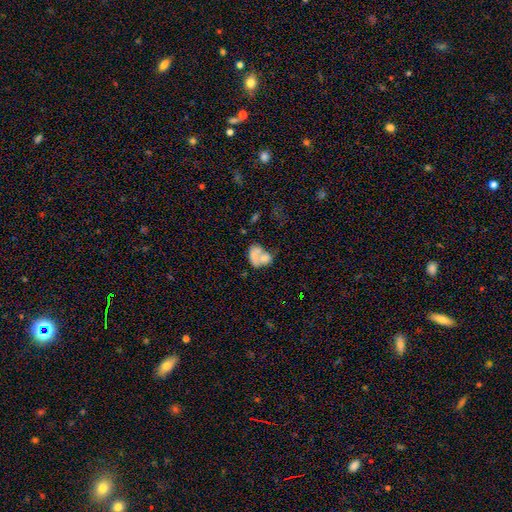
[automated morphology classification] smooth-or-featured: smooth: 55% | featured or disk: 35% | star or artifact: 10%
  how-rounded: in between: 69% | round: 30% | cigar-shaped: 2%
  merging: merger: 60% | none: 18% | major disturbance: 12% | minor disturbance: 10%